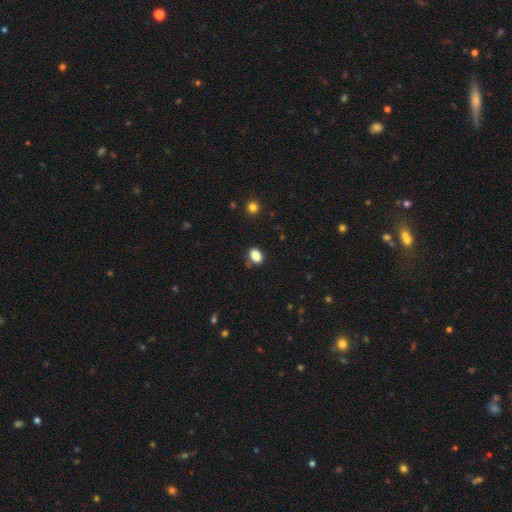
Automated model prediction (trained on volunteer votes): Smooth or featured? smooth (87%)
How rounded? in between (82%)
Merging? none (81%)